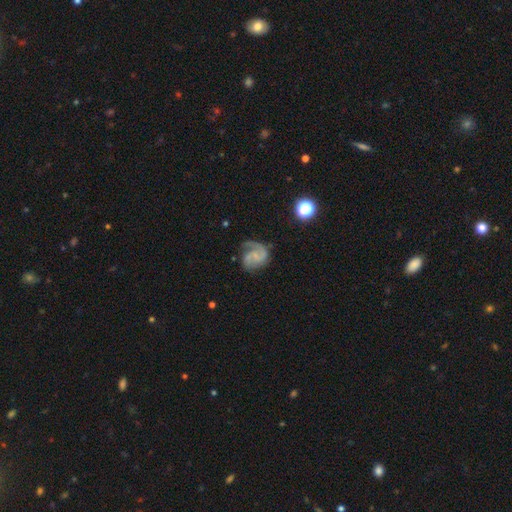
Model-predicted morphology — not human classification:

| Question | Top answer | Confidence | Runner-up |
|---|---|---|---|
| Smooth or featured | featured or disk | 77% | smooth (15%) |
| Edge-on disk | no | 98% | yes (2%) |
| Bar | no | 56% | weak (36%) |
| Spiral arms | yes | 94% | no (6%) |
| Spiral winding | medium | 48% | loose (30%) |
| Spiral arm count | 2 | 66% | 1 (21%) |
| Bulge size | none | 47% | small (41%) |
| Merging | none | 57% | minor disturbance (21%) |